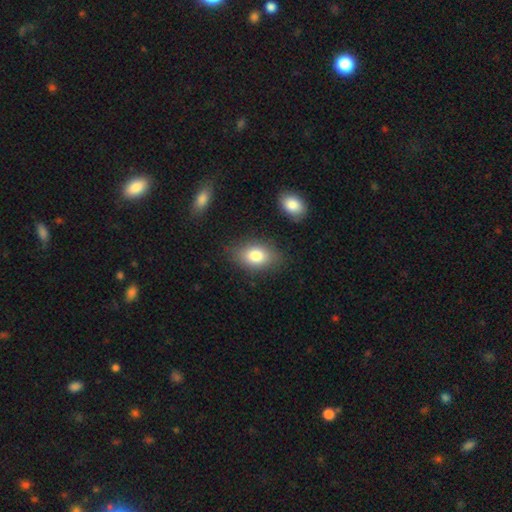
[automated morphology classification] smooth_or_featured: smooth (p=0.81) [alt: featured or disk p=0.10]
how_rounded: in between (p=0.83) [alt: round p=0.16]
merging: none (p=0.80) [alt: minor disturbance p=0.14]